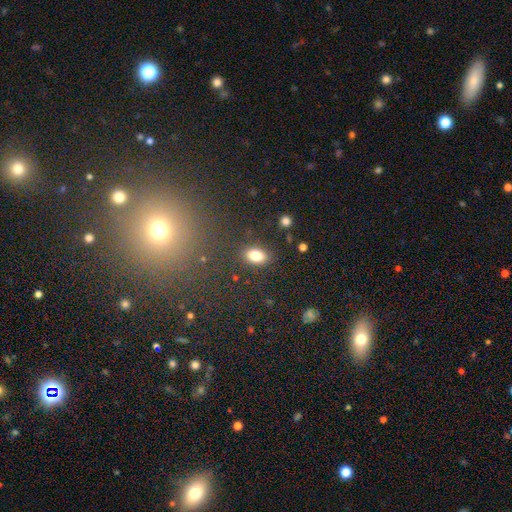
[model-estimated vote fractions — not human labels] This appears to be a smooth galaxy with no disk features (82%) that is in between round and cigar-shaped (87%). Merging: none (85%).